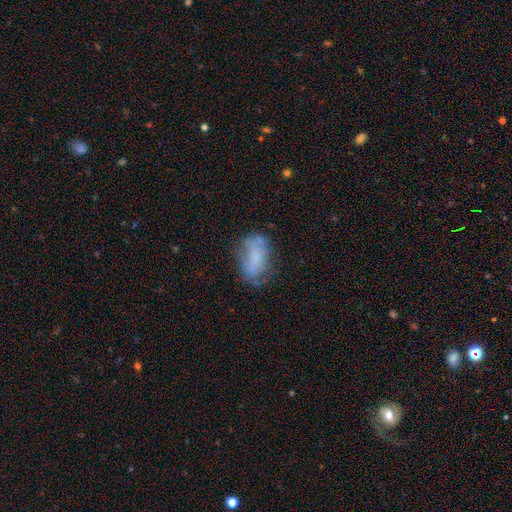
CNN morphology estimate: Overall: smooth (55%; featured or disk 34%). How rounded: in between (88%). Merging: none (46%; minor disturbance 29%).